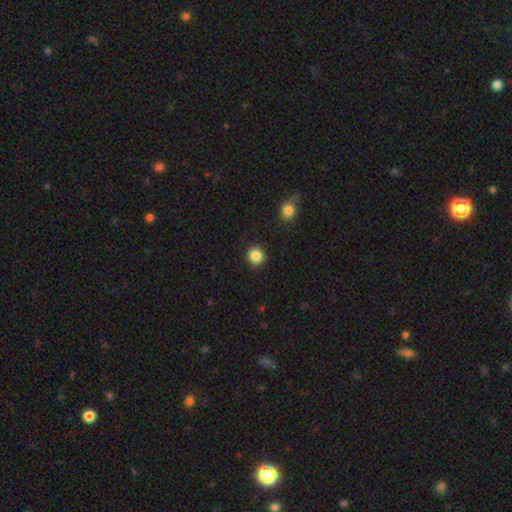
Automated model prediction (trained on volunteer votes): smooth-or-featured: smooth: 87% | star or artifact: 10% | featured or disk: 3%
  how-rounded: round: 93% | in between: 6% | cigar-shaped: 1%
  merging: none: 91% | minor disturbance: 6% | major disturbance: 2% | merger: 2%